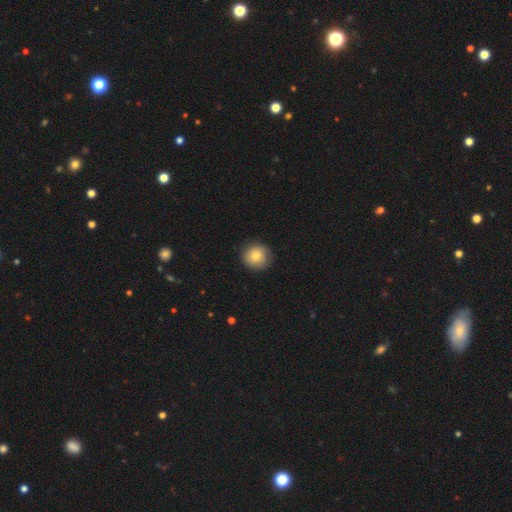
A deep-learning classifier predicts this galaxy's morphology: smooth 76%, featured or disk 16%, star or artifact 8%. Down the decision tree: how rounded — round (92%); merging — none (85%).